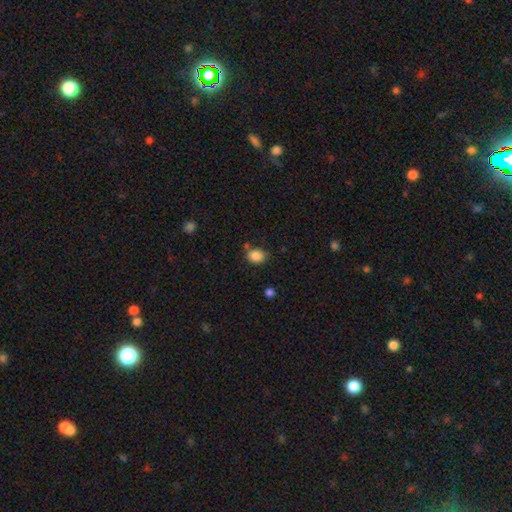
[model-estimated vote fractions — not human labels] Overall: smooth (86%). How rounded: in between (53%; round 46%). Merging: none (70%).